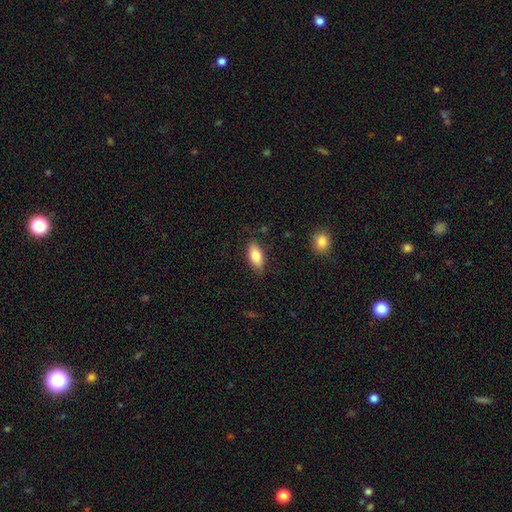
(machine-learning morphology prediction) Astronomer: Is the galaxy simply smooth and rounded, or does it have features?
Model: smooth — 82%.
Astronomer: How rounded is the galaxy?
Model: in between — 88%.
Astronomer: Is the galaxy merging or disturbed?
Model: none — 81%.